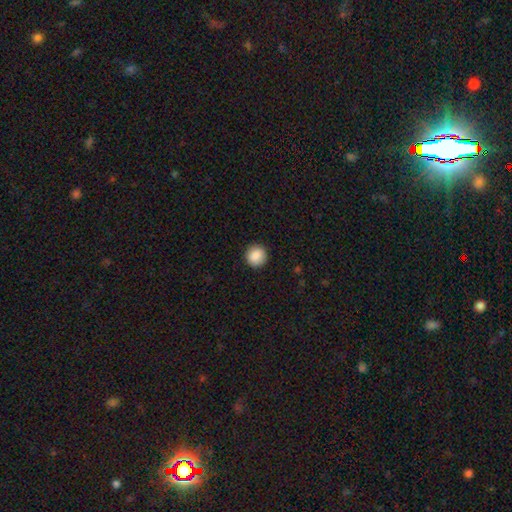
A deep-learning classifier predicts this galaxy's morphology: type=smooth (88%); roundness=round (93%); merging=none (92%).